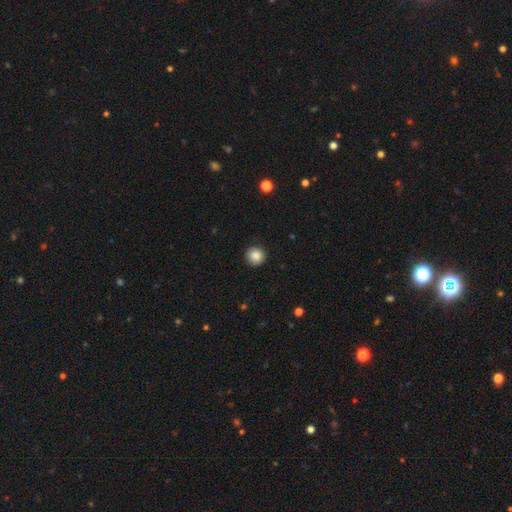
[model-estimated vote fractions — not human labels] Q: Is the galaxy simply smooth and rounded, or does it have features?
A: smooth — 87%.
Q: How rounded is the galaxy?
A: round — 95%.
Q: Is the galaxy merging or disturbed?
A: none — 92%.